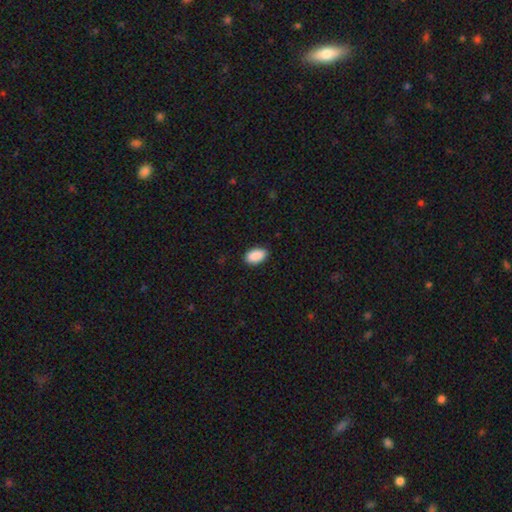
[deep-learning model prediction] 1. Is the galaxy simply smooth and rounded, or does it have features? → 91% smooth, 7% star or artifact, 3% featured or disk.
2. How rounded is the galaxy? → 94% in between, 5% round, 1% cigar-shaped.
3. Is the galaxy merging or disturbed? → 88% none, 9% minor disturbance, 2% major disturbance, 1% merger.